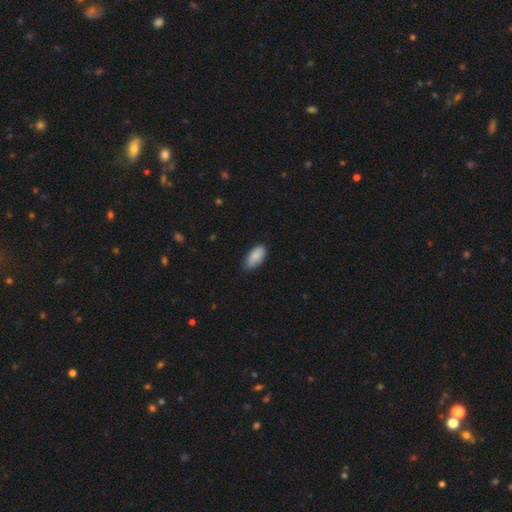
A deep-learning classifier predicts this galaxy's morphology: Smooth or featured? smooth (87%)
How rounded? in between (92%)
Merging? none (72%)